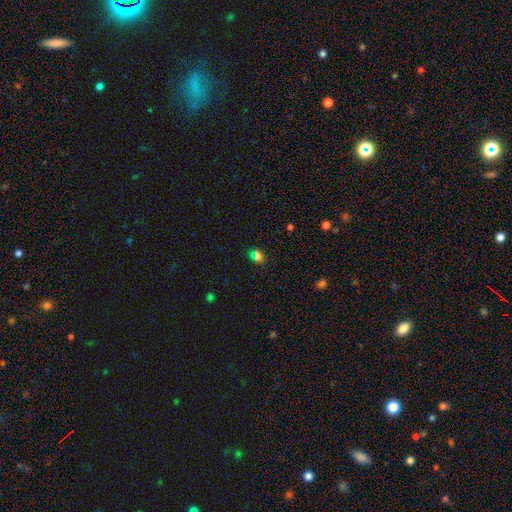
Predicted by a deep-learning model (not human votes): smooth-or-featured: smooth: 65% | star or artifact: 27% | featured or disk: 8%
  how-rounded: round: 51% | in between: 47% | cigar-shaped: 2%
  merging: none: 80% | minor disturbance: 11% | merger: 5% | major disturbance: 4%